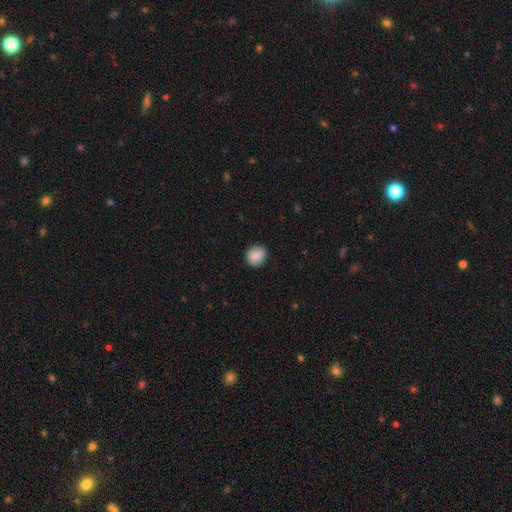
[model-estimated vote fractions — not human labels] Smooth or featured: smooth — 89% (star or artifact — 7%)
How rounded: round — 79% (in between — 20%)
Merging: none — 88% (minor disturbance — 9%)